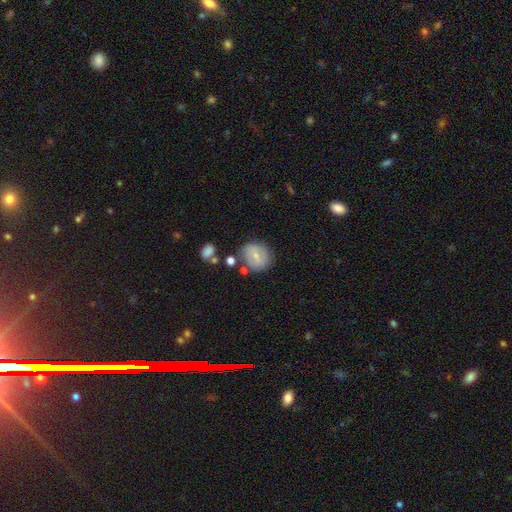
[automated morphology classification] This is possibly a smooth galaxy (57%). How rounded: likely round (71%). Merging: likely none (70%).